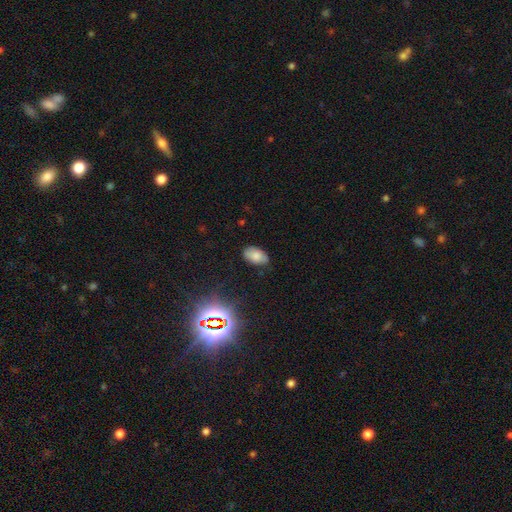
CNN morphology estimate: Overall: smooth (77%). How rounded: in between (93%). Merging: none (78%).